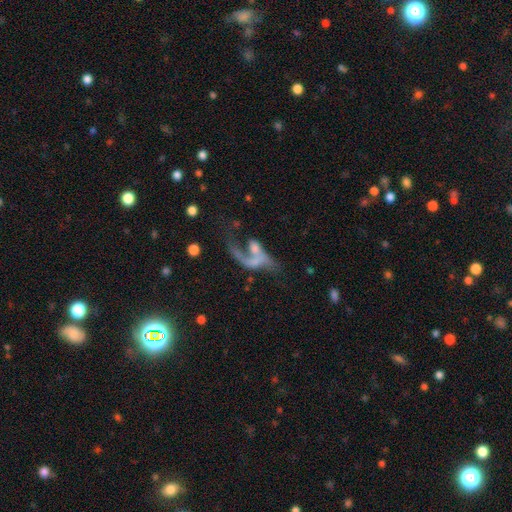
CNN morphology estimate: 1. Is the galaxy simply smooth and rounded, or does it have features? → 62% featured or disk, 27% smooth, 11% star or artifact.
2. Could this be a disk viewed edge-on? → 93% no, 7% yes.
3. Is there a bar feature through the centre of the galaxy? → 71% no, 21% weak, 8% strong.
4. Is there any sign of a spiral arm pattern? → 56% yes, 44% no.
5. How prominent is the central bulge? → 44% none, 28% small, 21% moderate, 5% large, 2% dominant.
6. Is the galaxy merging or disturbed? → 34% major disturbance (tied), 34% merger (tied), 22% none, 10% minor disturbance.